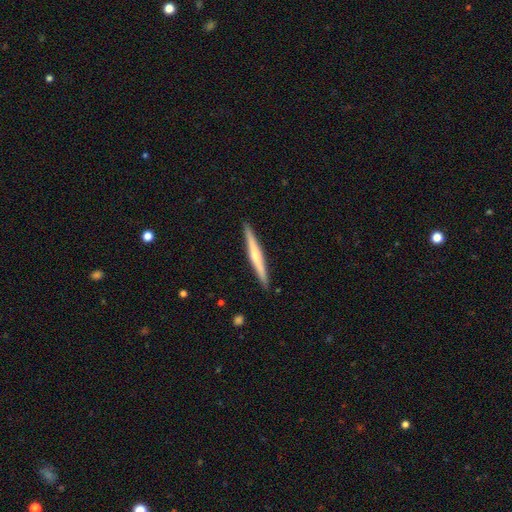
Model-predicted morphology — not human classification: This appears to be a featured or disk galaxy (57%) viewed edge-on (98%) with a rounded central bulge (55%). Merging: none (92%).